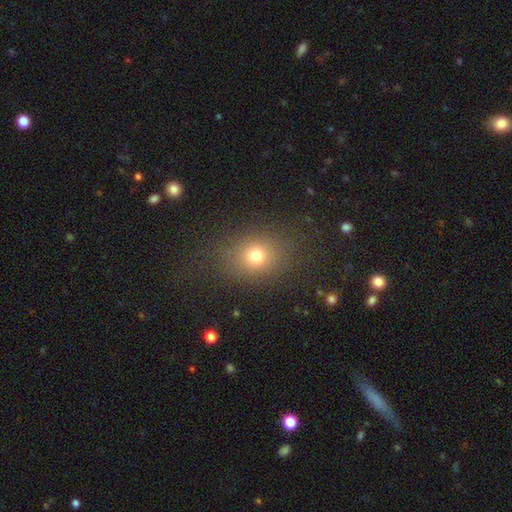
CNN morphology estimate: Smooth or featured?
  - smooth: 73% *
  - star or artifact: 17%
  - featured or disk: 9%
How rounded?
  - round: 58% *
  - in between: 41%
  - cigar-shaped: 1%
Merging?
  - none: 81% *
  - minor disturbance: 11%
  - major disturbance: 7%
  - merger: 2%